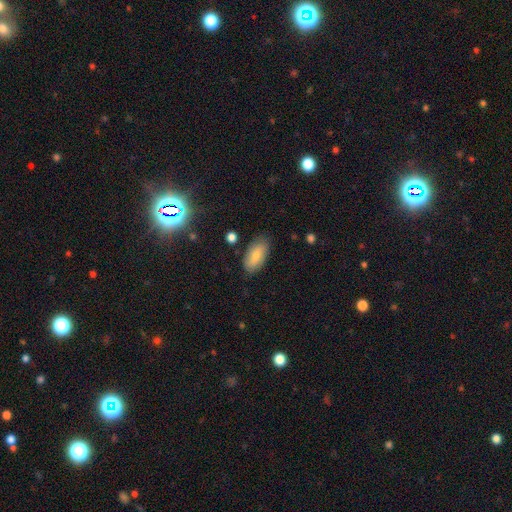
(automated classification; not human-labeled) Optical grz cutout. It shows a smooth galaxy with no disk features (75%) that is in between round and cigar-shaped (91%). Merging: none (81%).